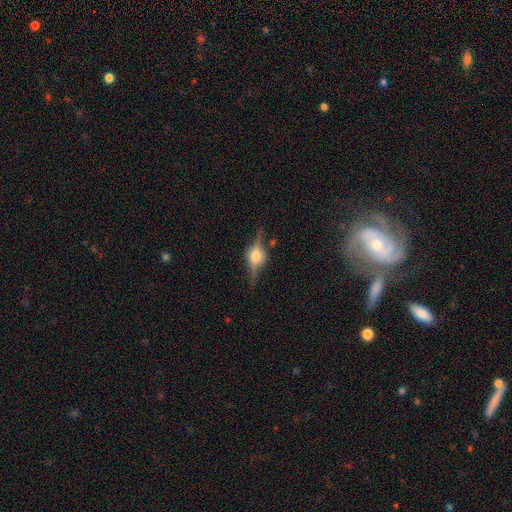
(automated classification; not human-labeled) A featured or disk galaxy (78%) viewed edge-on (96%) with a rounded central bulge (90%). Merging: none (79%).